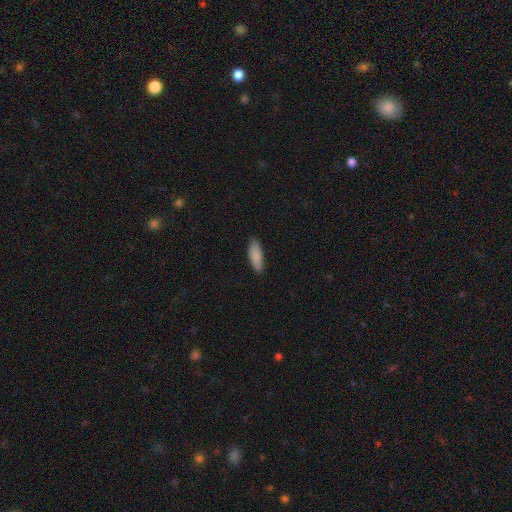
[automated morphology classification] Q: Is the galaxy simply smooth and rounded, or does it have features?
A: smooth — 88%.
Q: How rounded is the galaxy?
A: in between — 61%.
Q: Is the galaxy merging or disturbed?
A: none — 86%.